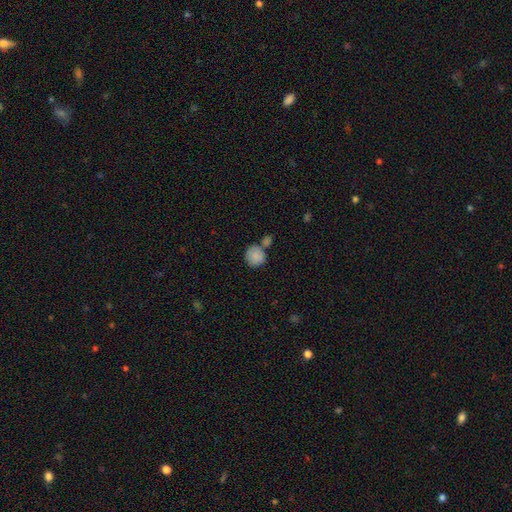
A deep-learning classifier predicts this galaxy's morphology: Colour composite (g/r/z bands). It shows a smooth galaxy with no disk features (86%) that is round (89%). Merging: none (55%).